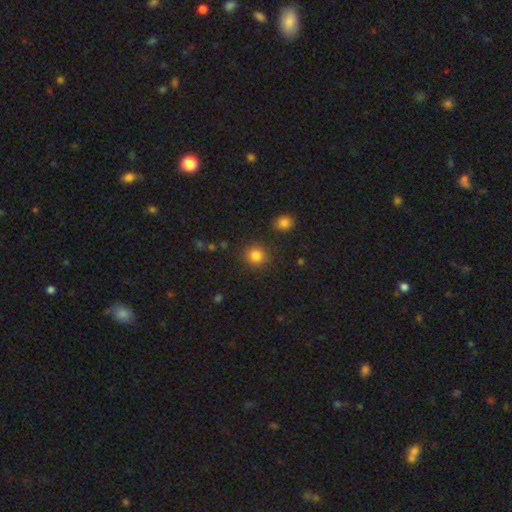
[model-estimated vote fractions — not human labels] smooth-or-featured: smooth: 83% | star or artifact: 12% | featured or disk: 5%
  how-rounded: round: 90% | in between: 9% | cigar-shaped: 1%
  merging: none: 87% | minor disturbance: 7% | merger: 3% | major disturbance: 3%